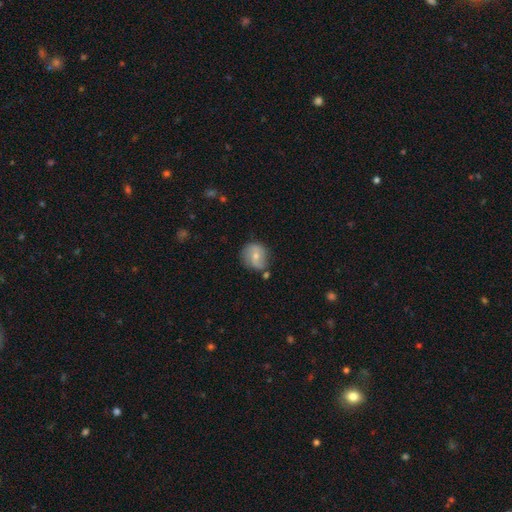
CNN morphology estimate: Smooth or featured?
  - smooth: 47% *
  - featured or disk: 45%
  - star or artifact: 8%
Merging?
  - none: 64% *
  - minor disturbance: 24%
  - major disturbance: 7%
  - merger: 6%